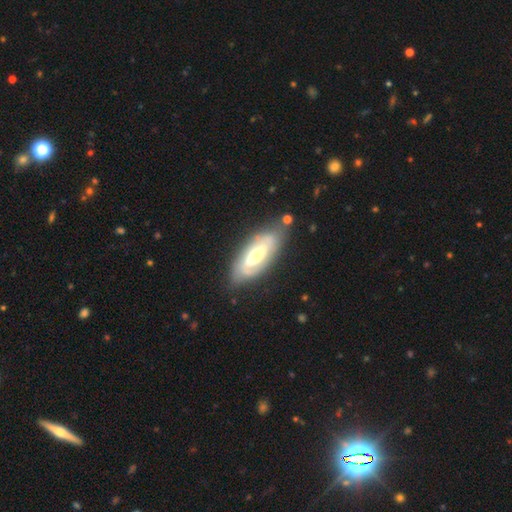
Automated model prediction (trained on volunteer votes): Overall: featured or disk (70%). Edge-on disk: no (85%). Bar: strong (36%; weak 34%). Spiral arms: yes (73%). Bulge size: moderate (48%; large 32%). Merging: none (68%).